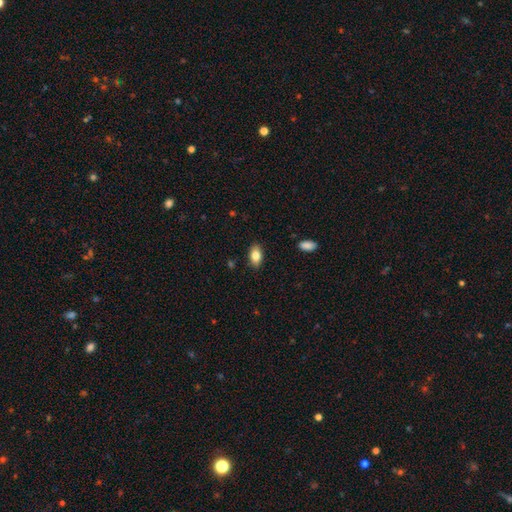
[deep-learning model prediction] A smooth galaxy with no disk features (83%) that is in between round and cigar-shaped (91%). Merging: none (88%).